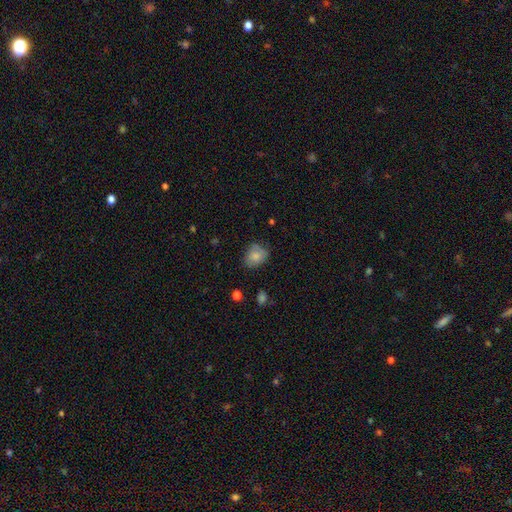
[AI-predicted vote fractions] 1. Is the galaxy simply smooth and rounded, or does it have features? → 78% smooth, 13% featured or disk, 9% star or artifact.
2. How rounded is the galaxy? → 57% in between, 42% round, 1% cigar-shaped.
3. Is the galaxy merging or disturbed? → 62% none, 29% minor disturbance, 8% major disturbance, 2% merger.